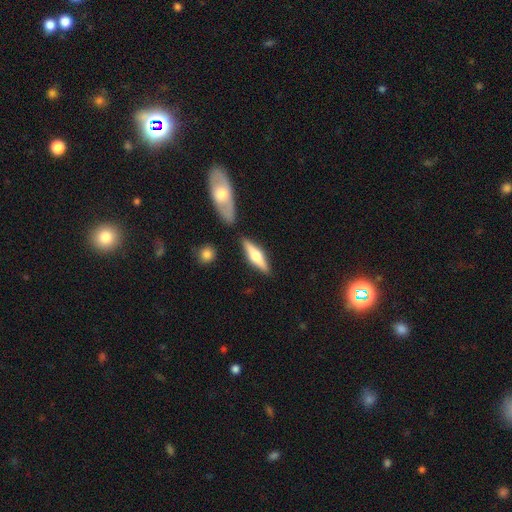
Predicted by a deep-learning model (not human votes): This is possibly a featured or disk galaxy (56%). It is clearly viewed edge-on (95%). Edge-on bulge: clearly rounded (92%). Merging: clearly none (82%).